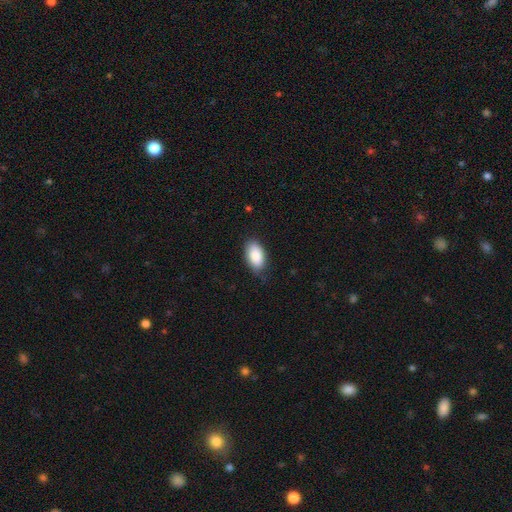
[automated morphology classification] smooth 88%, star or artifact 6%, featured or disk 6%. Down the decision tree: how rounded — in between (95%); merging — none (77%).